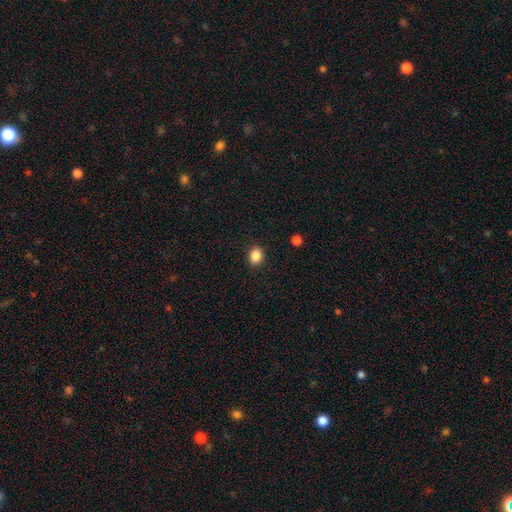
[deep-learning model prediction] A smooth galaxy with no disk features (87%) that is round (60%).

Vote fractions:
- Smooth or featured? smooth: 87% / star or artifact: 10% / featured or disk: 3%
- How rounded? round: 60% / in between: 39% / cigar-shaped: 1%
- Merging? none: 89% / minor disturbance: 7% / major disturbance: 2% / merger: 1%